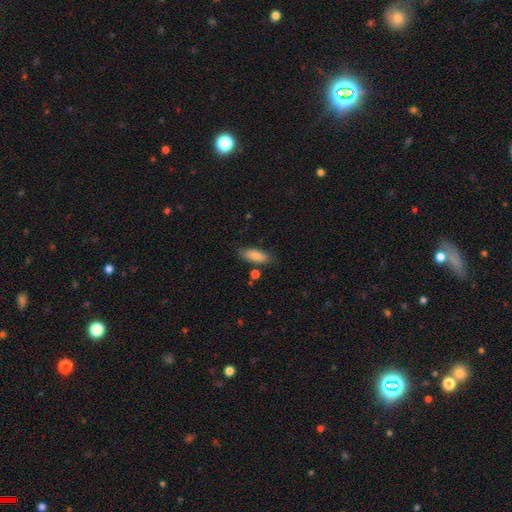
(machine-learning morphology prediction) Smooth or featured? Predicted: smooth (p=0.85). How rounded? Predicted: in between (p=0.70). Merging? Predicted: none (p=0.78).